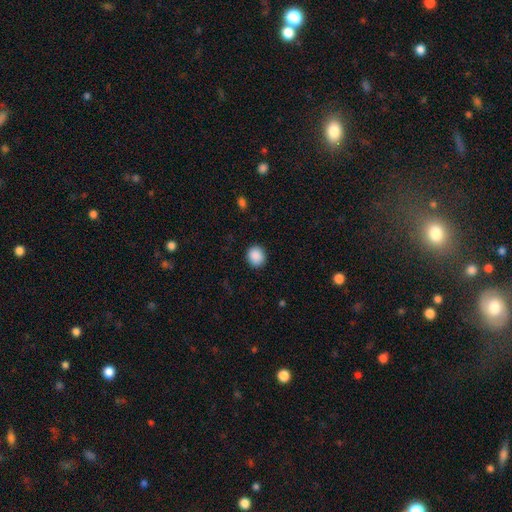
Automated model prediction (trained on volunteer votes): A smooth galaxy with no disk features (89%) that is round (75%).

Vote fractions:
- Smooth or featured? smooth: 89% / star or artifact: 8% / featured or disk: 3%
- How rounded? round: 75% / in between: 24% / cigar-shaped: 1%
- Merging? none: 89% / minor disturbance: 7% / major disturbance: 2% / merger: 1%